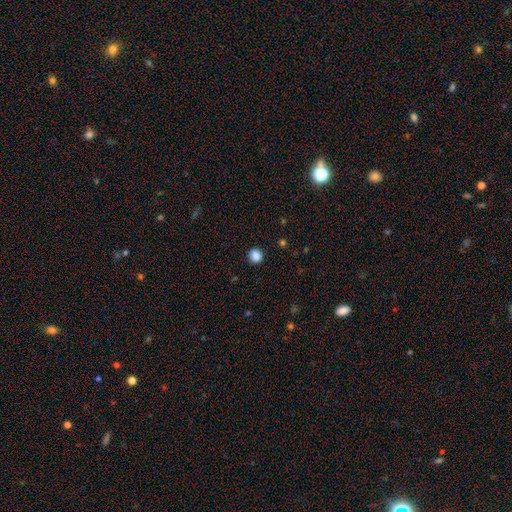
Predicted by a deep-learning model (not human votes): Smooth or featured? Predicted: smooth (p=0.87). How rounded? Predicted: round (p=0.82). Merging? Predicted: none (p=0.91).